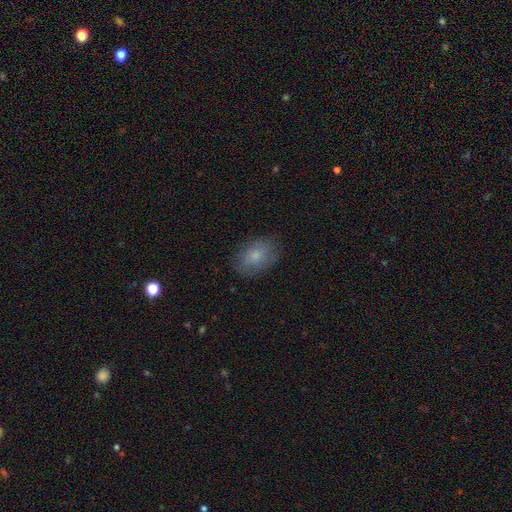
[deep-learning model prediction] Morphology: type=smooth (77%); roundness=in between (81%); merging=none (79%).